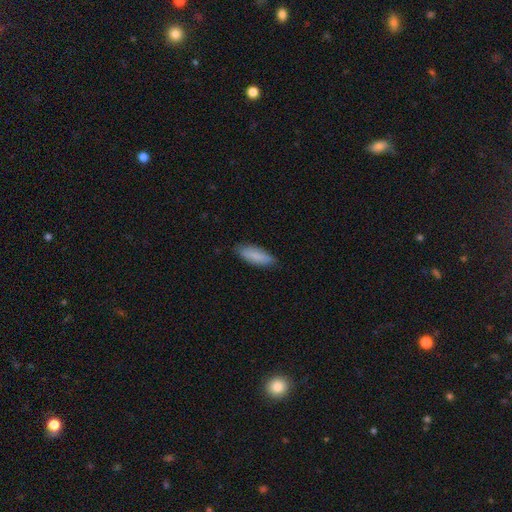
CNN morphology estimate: Smooth or featured?
  - smooth: 84% *
  - featured or disk: 10%
  - star or artifact: 6%
How rounded?
  - in between: 58% *
  - cigar-shaped: 41%
  - round: 2%
Merging?
  - none: 82% *
  - minor disturbance: 14%
  - major disturbance: 2%
  - merger: 1%